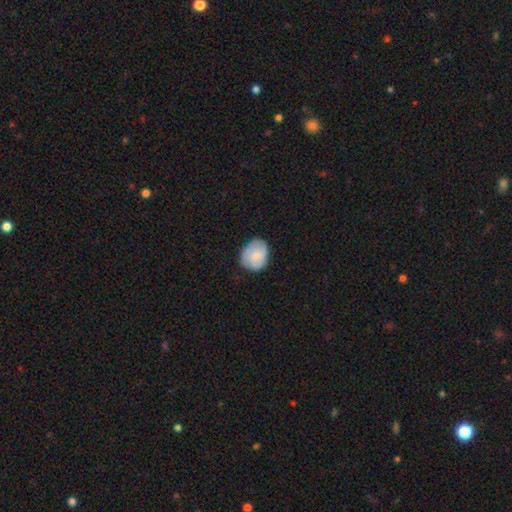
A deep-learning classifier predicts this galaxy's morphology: Smooth or featured: smooth — 70% (featured or disk — 23%)
How rounded: round — 53% (in between — 46%)
Merging: none — 72% (minor disturbance — 22%)